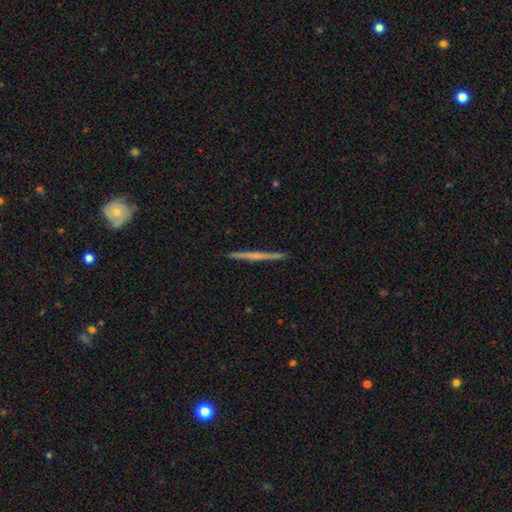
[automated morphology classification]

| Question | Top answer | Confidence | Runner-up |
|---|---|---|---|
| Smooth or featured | featured or disk | 63% | smooth (31%) |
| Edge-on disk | yes | 98% | no (2%) |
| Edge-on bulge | none | 66% | rounded (27%) |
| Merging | none | 93% | minor disturbance (5%) |